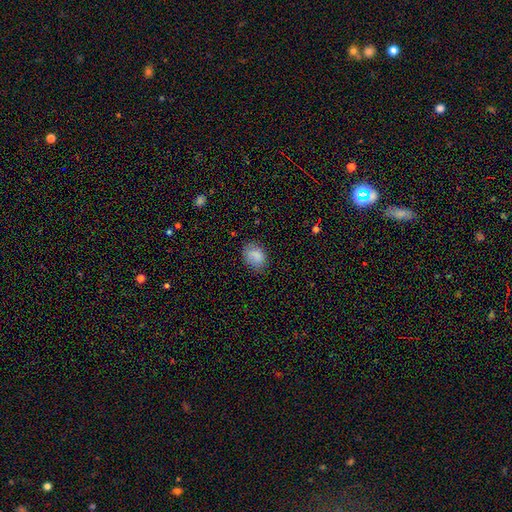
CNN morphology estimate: A smooth galaxy with no disk features (83%) that is in between round and cigar-shaped (70%). Merging: none (72%).